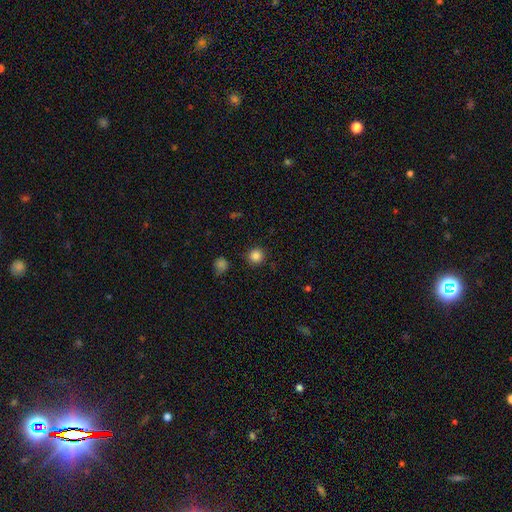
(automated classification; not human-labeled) Smooth or featured: smooth — 85% (star or artifact — 12%)
How rounded: round — 94% (in between — 5%)
Merging: none — 89% (minor disturbance — 6%)